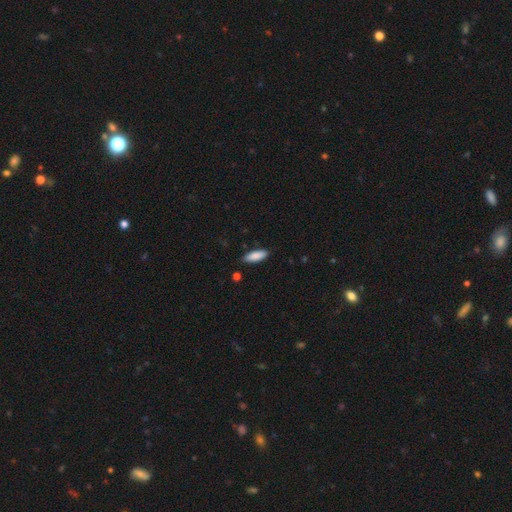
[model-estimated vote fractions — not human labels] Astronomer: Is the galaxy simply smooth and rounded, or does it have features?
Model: smooth — 88%.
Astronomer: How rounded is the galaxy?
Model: in between — 63%.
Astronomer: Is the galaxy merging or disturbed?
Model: none — 86%.